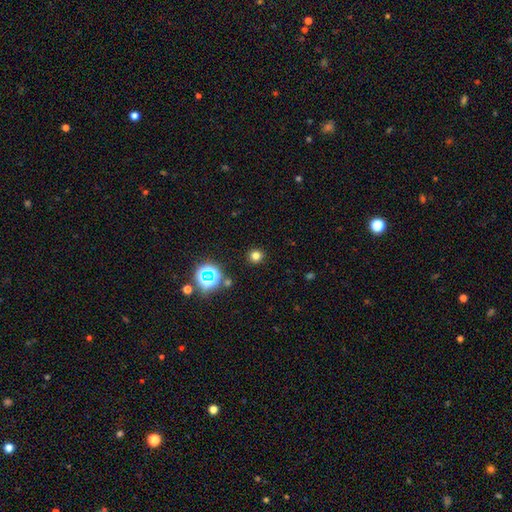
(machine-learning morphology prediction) Smooth or featured? smooth (73%)
How rounded? round (93%)
Merging? none (91%)